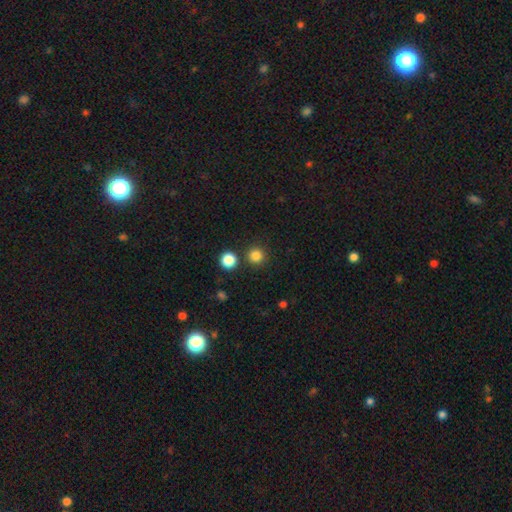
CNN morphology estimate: Smooth or featured: smooth — 83% (star or artifact — 13%)
How rounded: round — 95% (in between — 4%)
Merging: none — 87% (minor disturbance — 5%)